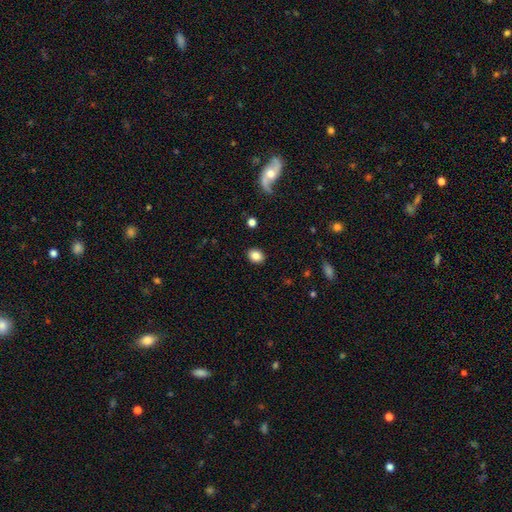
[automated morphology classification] Q: Smooth or featured?
A: smooth (84%); runner-up: star or artifact (10%)
Q: How rounded?
A: in between (55%); runner-up: round (44%)
Q: Merging?
A: none (89%); runner-up: minor disturbance (7%)